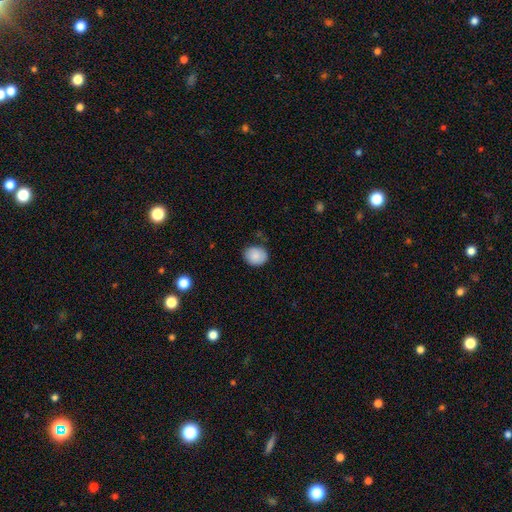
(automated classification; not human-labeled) smooth_or_featured: smooth (p=0.87) [alt: star or artifact p=0.08]
how_rounded: round (p=0.59) [alt: in between p=0.40]
merging: none (p=0.78) [alt: minor disturbance p=0.17]